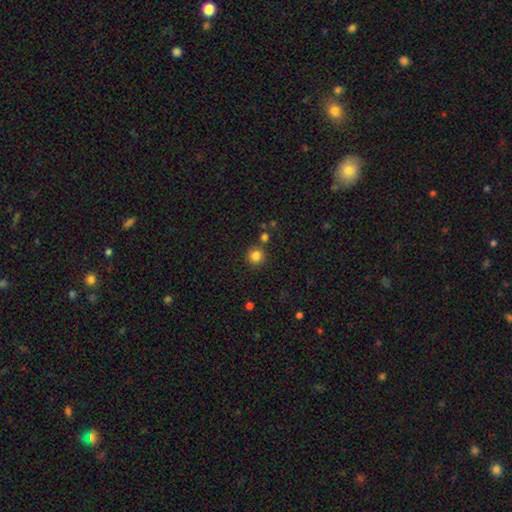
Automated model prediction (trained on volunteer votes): Smooth or featured? smooth (83%)
How rounded? round (93%)
Merging? none (79%)